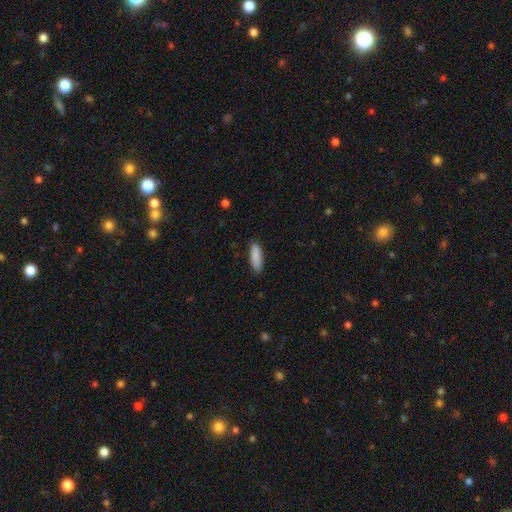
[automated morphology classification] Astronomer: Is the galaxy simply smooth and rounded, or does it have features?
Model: smooth — 89%.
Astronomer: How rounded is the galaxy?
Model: in between — 52% (runner-up: cigar-shaped, 47%).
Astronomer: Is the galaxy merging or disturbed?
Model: none — 87%.